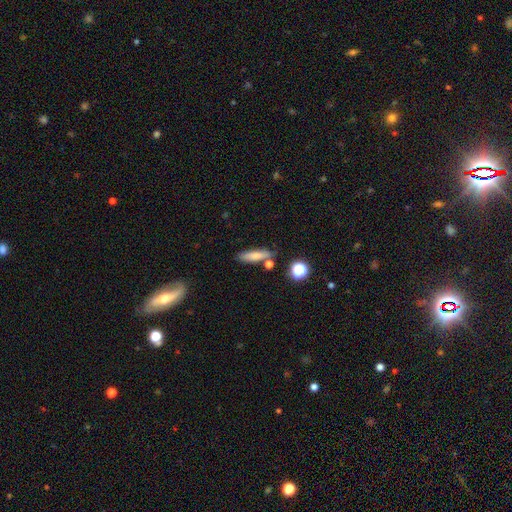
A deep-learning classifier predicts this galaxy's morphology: smooth 74%, featured or disk 16%, star or artifact 10%. Down the decision tree: how rounded — cigar-shaped (65%); merging — none (75%).